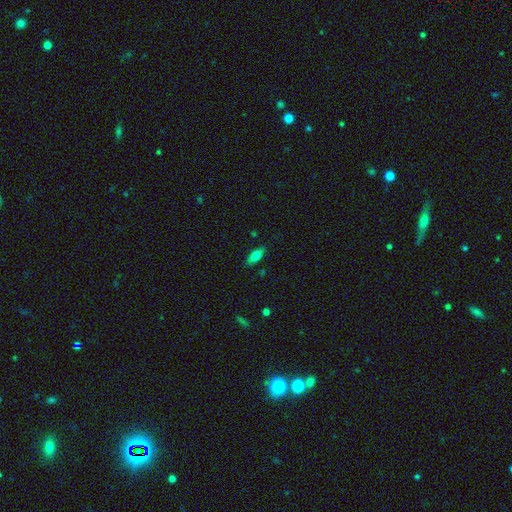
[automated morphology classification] smooth_or_featured: smooth (p=0.74) [alt: featured or disk p=0.18]
how_rounded: in between (p=0.77) [alt: cigar-shaped p=0.20]
merging: none (p=0.83) [alt: minor disturbance p=0.13]